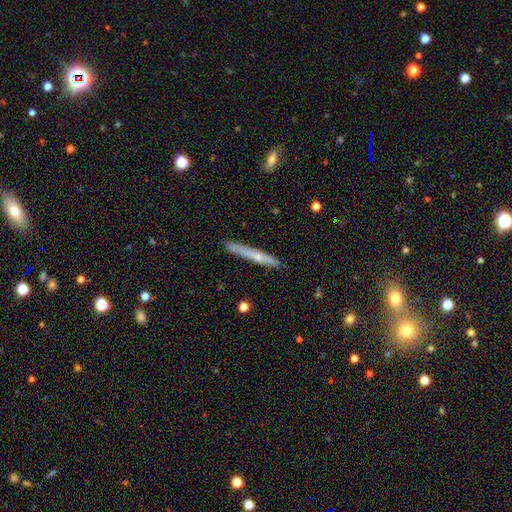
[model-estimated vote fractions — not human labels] smooth_or_featured: smooth (p=0.48) [alt: featured or disk p=0.45]
merging: none (p=0.88) [alt: minor disturbance p=0.09]